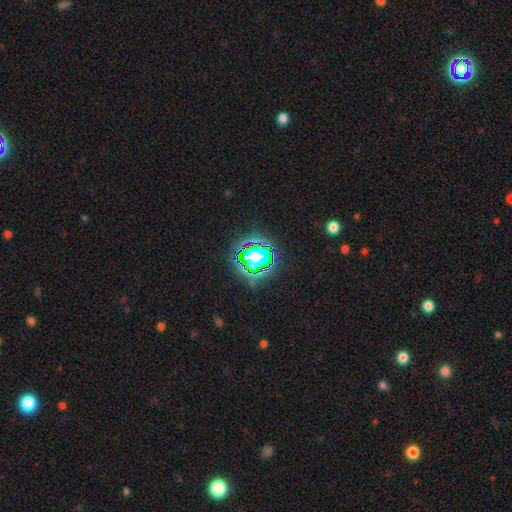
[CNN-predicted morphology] This appears to be a star or artifact, not a galaxy (81%).